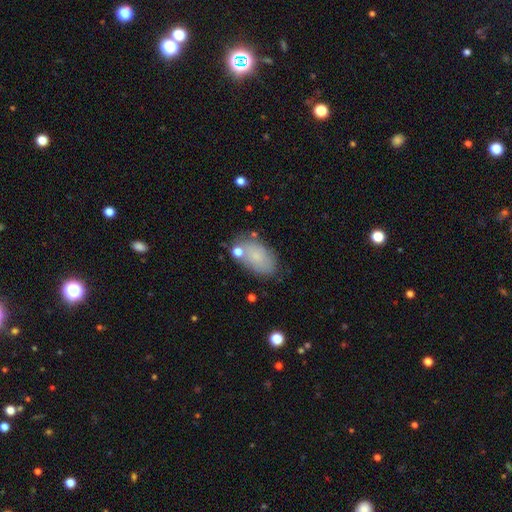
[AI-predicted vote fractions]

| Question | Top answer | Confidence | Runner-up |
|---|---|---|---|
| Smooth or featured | smooth | 74% | featured or disk (17%) |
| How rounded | in between | 92% | round (6%) |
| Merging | none | 69% | minor disturbance (18%) |